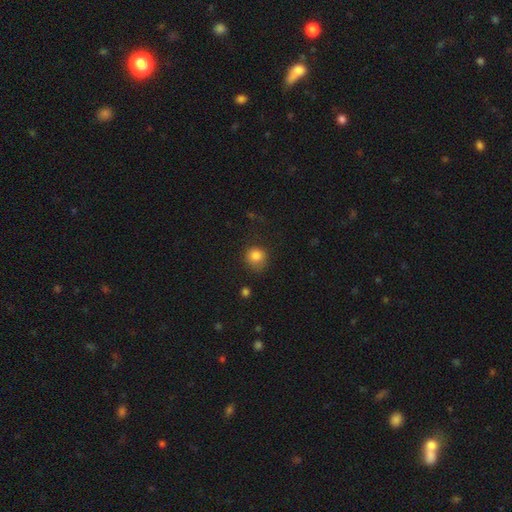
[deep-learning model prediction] This appears to be a smooth galaxy with no disk features (84%) that is round (85%). Merging: none (67%).